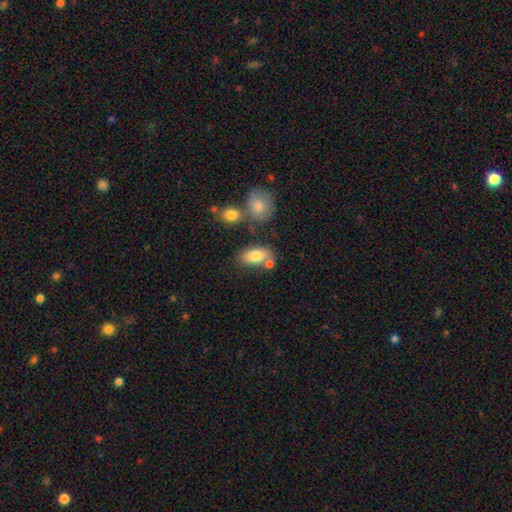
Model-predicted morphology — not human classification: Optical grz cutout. It shows a smooth galaxy with no disk features (79%) that is in between round and cigar-shaped (90%). Merging: none (61%).